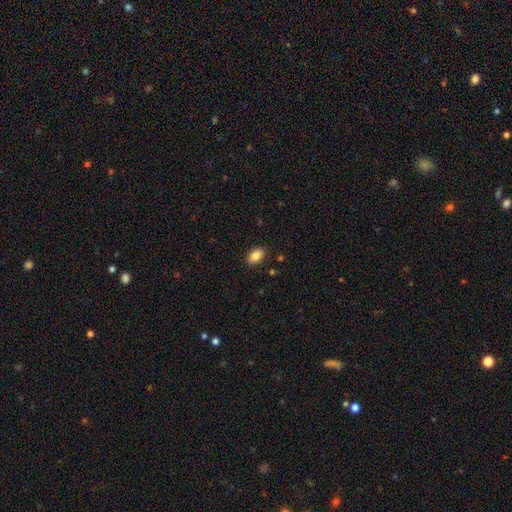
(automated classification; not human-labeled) The model was most divided on "smooth or featured": smooth: 85%, star or artifact: 8%, featured or disk: 7%. More confident: how rounded — in between (91%); merging — none (88%).